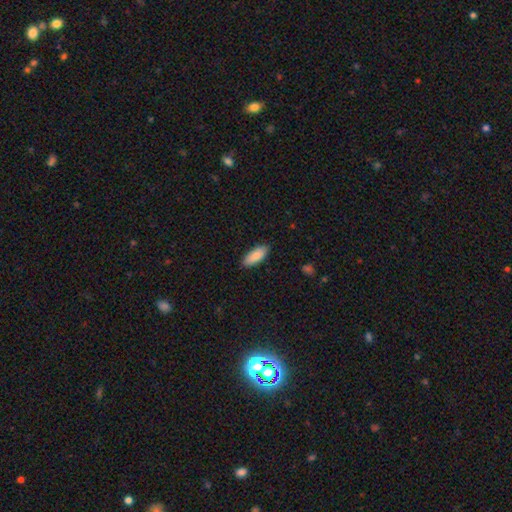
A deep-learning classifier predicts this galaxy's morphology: A smooth galaxy with no disk features (86%) that is in between round and cigar-shaped (79%).

Vote fractions:
- Smooth or featured? smooth: 86% / featured or disk: 8% / star or artifact: 6%
- How rounded? in between: 79% / cigar-shaped: 20% / round: 2%
- Merging? none: 88% / minor disturbance: 9% / major disturbance: 2% / merger: 1%